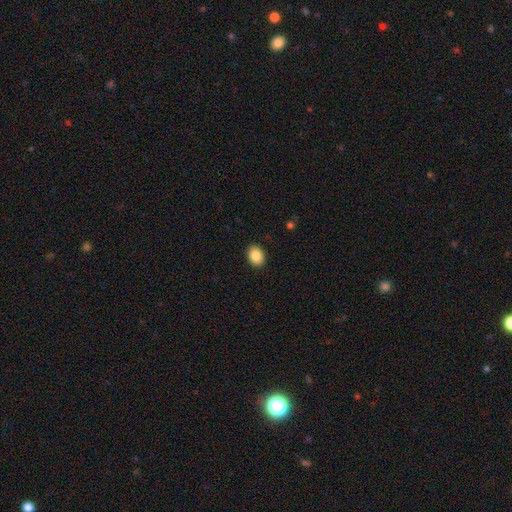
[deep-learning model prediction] Smooth or featured? Predicted: smooth (p=0.87). How rounded? Predicted: in between (p=0.73). Merging? Predicted: none (p=0.90).